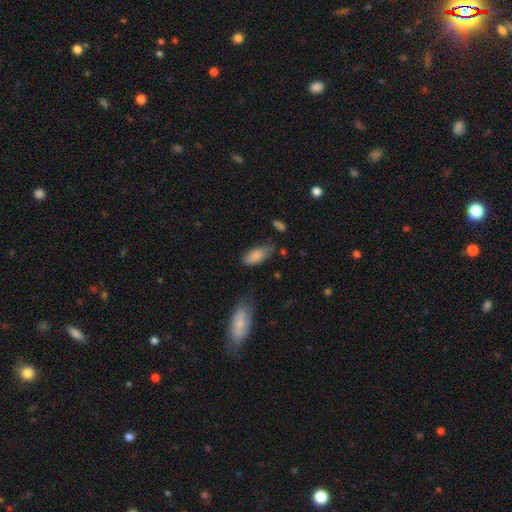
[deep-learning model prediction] smooth_or_featured: smooth (p=0.83) [alt: featured or disk p=0.10]
how_rounded: in between (p=0.87) [alt: cigar-shaped p=0.11]
merging: none (p=0.53) [alt: minor disturbance p=0.34]